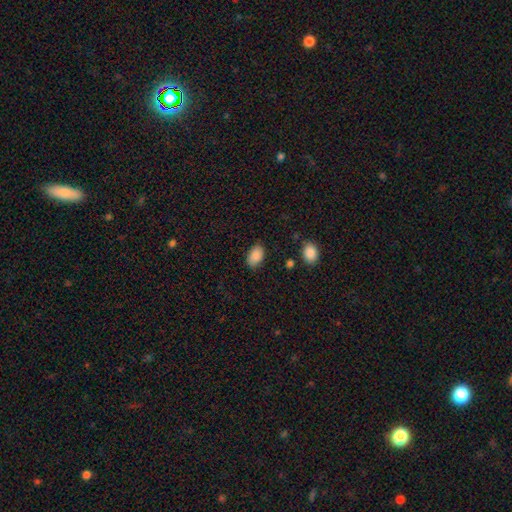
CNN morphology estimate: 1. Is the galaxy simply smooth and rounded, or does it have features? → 89% smooth, 7% star or artifact, 4% featured or disk.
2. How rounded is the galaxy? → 90% in between, 9% round, 1% cigar-shaped.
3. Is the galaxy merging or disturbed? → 81% none, 14% minor disturbance, 3% major disturbance, 2% merger.